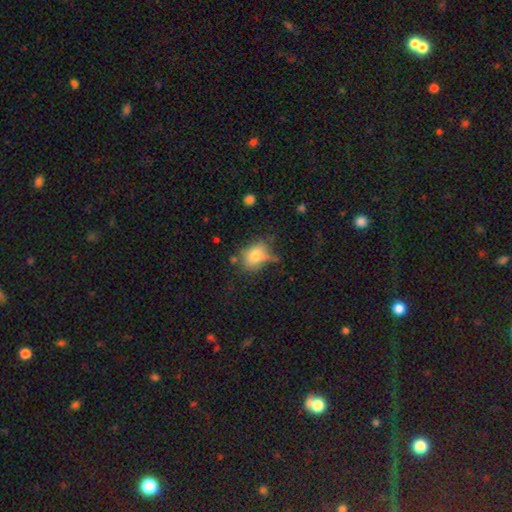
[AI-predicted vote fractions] Smooth or featured?
  - smooth: 74% *
  - featured or disk: 15%
  - star or artifact: 11%
How rounded?
  - in between: 58% *
  - round: 40%
  - cigar-shaped: 2%
Merging?
  - none: 51% *
  - minor disturbance: 28%
  - major disturbance: 14%
  - merger: 7%